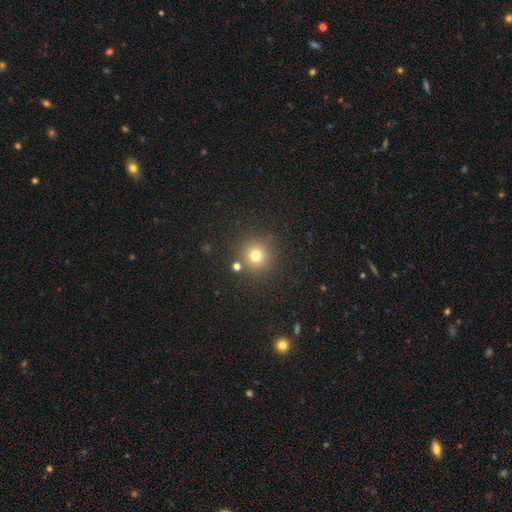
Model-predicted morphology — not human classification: Overall: smooth (74%). How rounded: round (94%). Merging: none (85%).